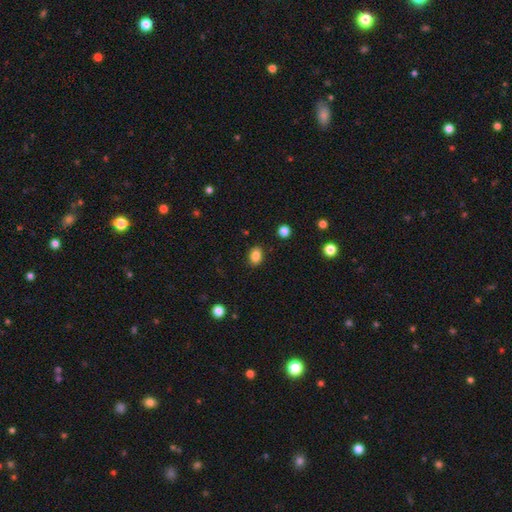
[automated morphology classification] A smooth galaxy with no disk features (86%) that is in between round and cigar-shaped (74%).

Vote fractions:
- Smooth or featured? smooth: 86% / star or artifact: 10% / featured or disk: 5%
- How rounded? in between: 74% / round: 25% / cigar-shaped: 1%
- Merging? none: 88% / minor disturbance: 9% / major disturbance: 2% / merger: 1%